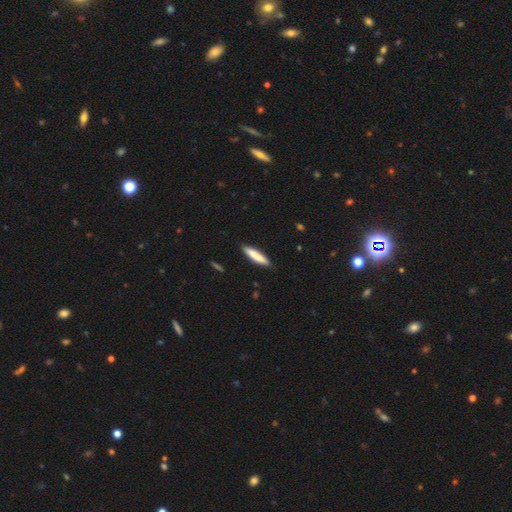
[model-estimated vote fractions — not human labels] Smooth or featured? Predicted: smooth (p=0.81). How rounded? Predicted: cigar-shaped (p=0.85). Merging? Predicted: none (p=0.89).